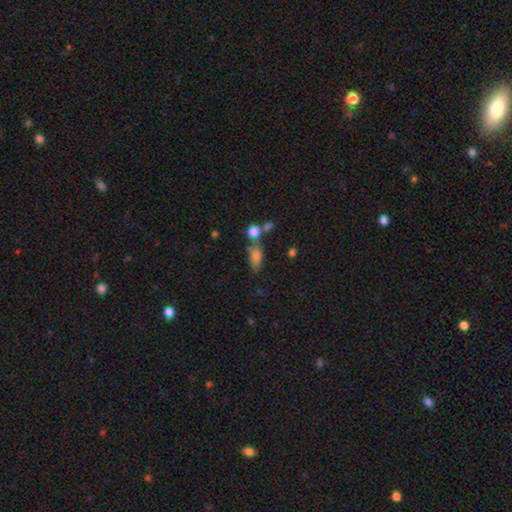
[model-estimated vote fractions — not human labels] A smooth galaxy with no disk features (74%) that is in between round and cigar-shaped (79%).

Vote fractions:
- Smooth or featured? smooth: 74% / star or artifact: 13% / featured or disk: 13%
- How rounded? in between: 79% / round: 11% / cigar-shaped: 10%
- Merging? none: 45% / merger: 30% / minor disturbance: 16% / major disturbance: 8%